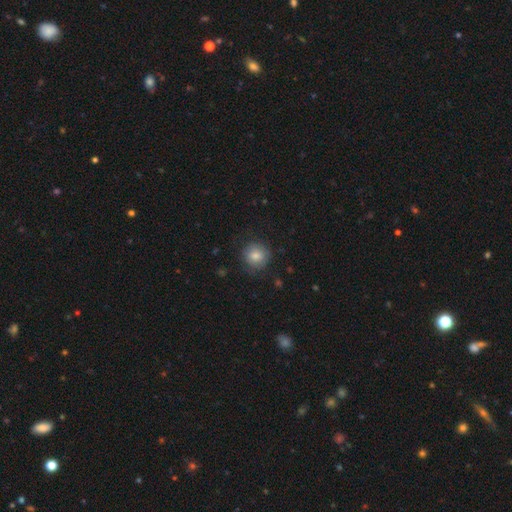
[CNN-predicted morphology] Q: Smooth or featured?
A: smooth (82%); runner-up: featured or disk (10%)
Q: How rounded?
A: round (89%); runner-up: in between (10%)
Q: Merging?
A: none (79%); runner-up: minor disturbance (15%)